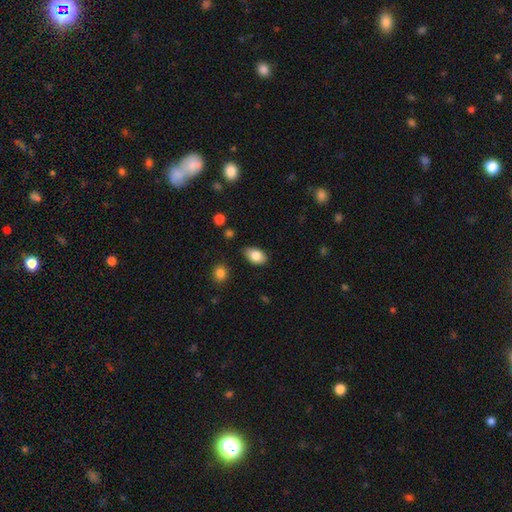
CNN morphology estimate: This appears to be a smooth galaxy with no disk features (83%) that is in between round and cigar-shaped (89%). Merging: none (79%).